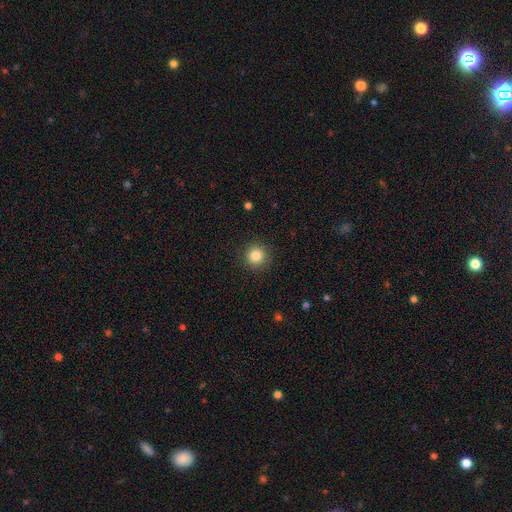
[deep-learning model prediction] Overall: smooth (85%). How rounded: round (95%). Merging: none (91%).